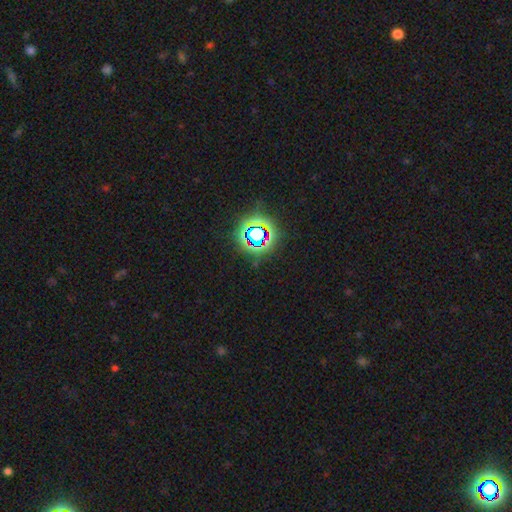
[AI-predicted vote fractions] Smooth or featured: star or artifact — 77% (smooth — 14%)